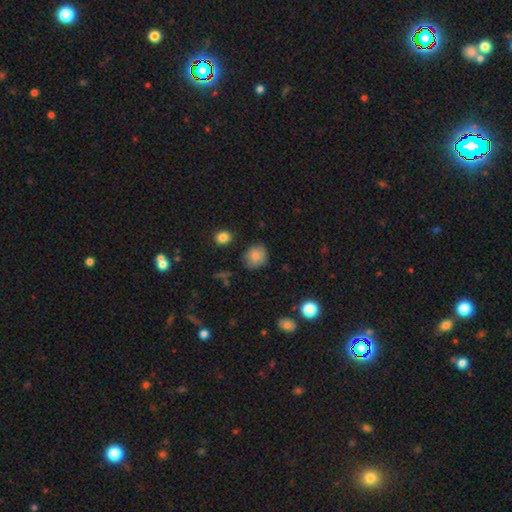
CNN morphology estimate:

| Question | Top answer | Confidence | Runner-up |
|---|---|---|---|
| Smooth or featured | smooth | 82% | star or artifact (10%) |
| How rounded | round | 73% | in between (26%) |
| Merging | none | 75% | minor disturbance (19%) |